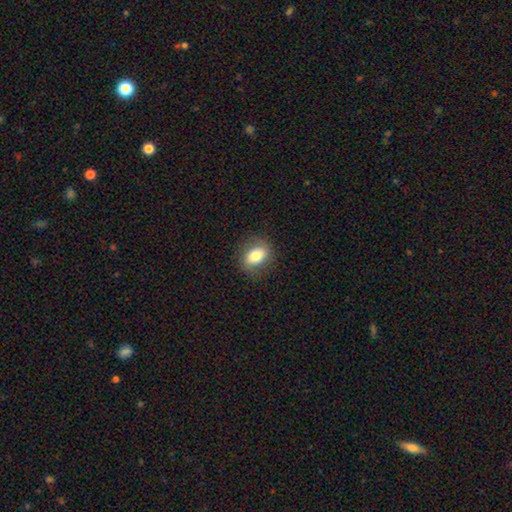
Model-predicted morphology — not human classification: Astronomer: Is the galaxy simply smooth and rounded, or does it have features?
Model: smooth — 73%.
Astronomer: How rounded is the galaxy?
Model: in between — 67%.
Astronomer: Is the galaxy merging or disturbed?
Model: none — 83%.